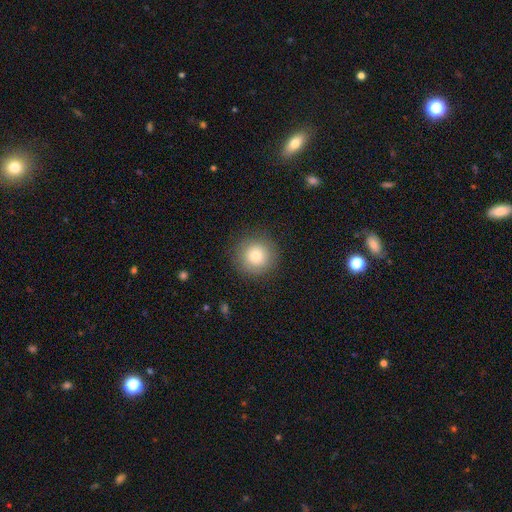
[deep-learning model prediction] This is likely a smooth galaxy (77%). How rounded: clearly round (95%). Merging: clearly none (88%).